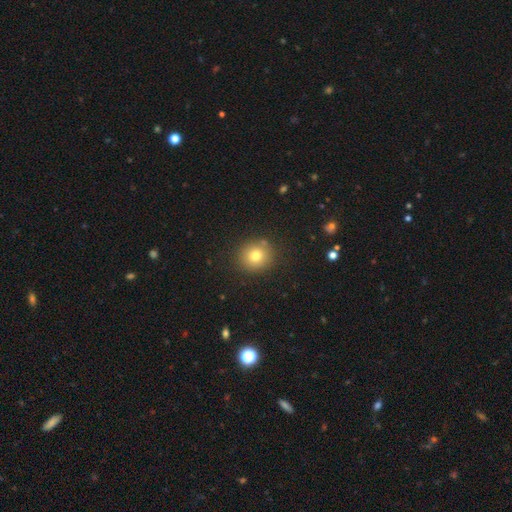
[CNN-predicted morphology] type=smooth (76%); roundness=round (87%); merging=none (86%).